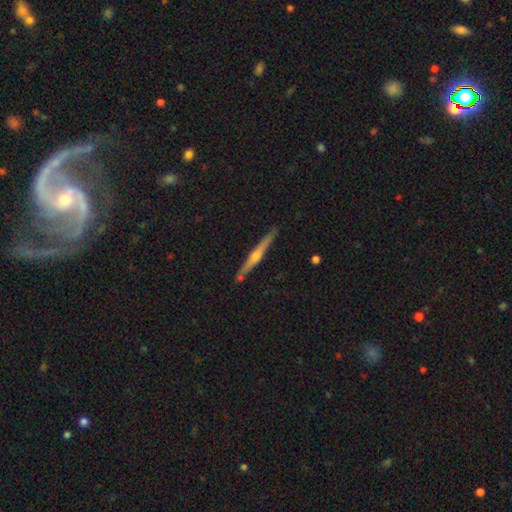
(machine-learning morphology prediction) smooth-or-featured: featured or disk: 79% | smooth: 16% | star or artifact: 6%
  disk-edge-on: yes: 98% | no: 2%
    edge-on-bulge: rounded: 87% | none: 9% | boxy: 5%
  merging: none: 90% | minor disturbance: 7% | merger: 1% | major disturbance: 1%